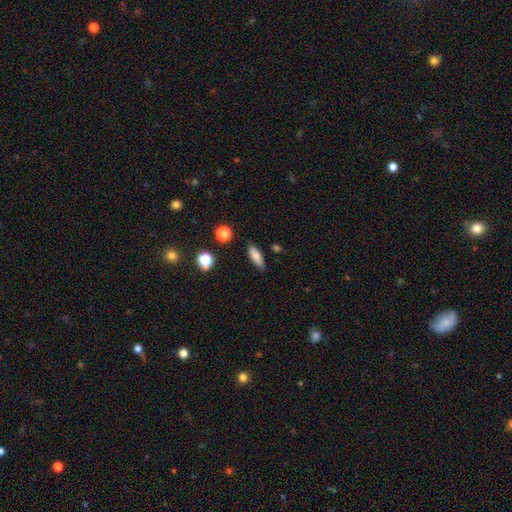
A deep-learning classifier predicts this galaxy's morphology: This is clearly a smooth galaxy (81%). How rounded: possibly in between (54%). Merging: clearly none (83%).